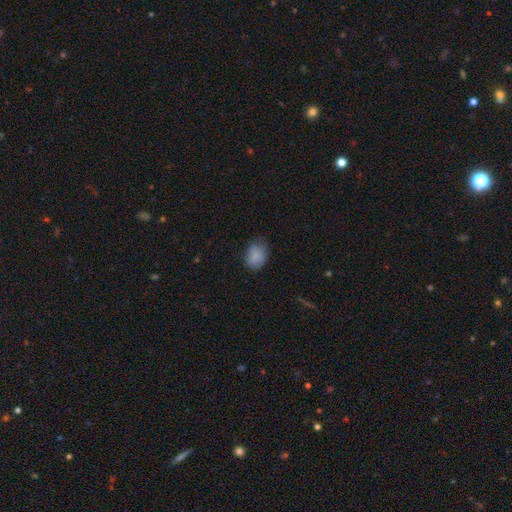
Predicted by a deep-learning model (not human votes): This appears to be a smooth galaxy with no disk features (86%) that is in between round and cigar-shaped (64%). Merging: none (70%).